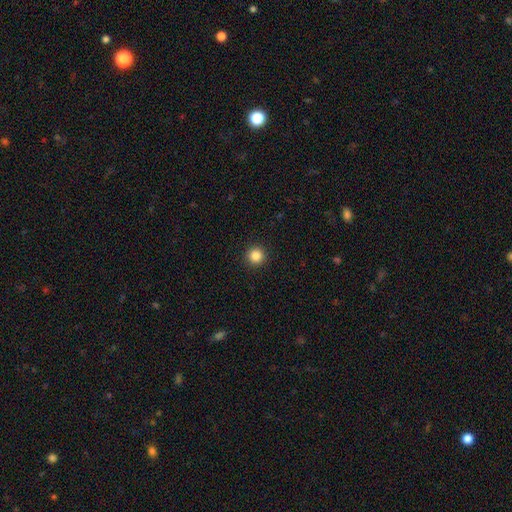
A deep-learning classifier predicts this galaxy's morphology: This is clearly a smooth galaxy (85%). How rounded: clearly round (96%). Merging: clearly none (93%).